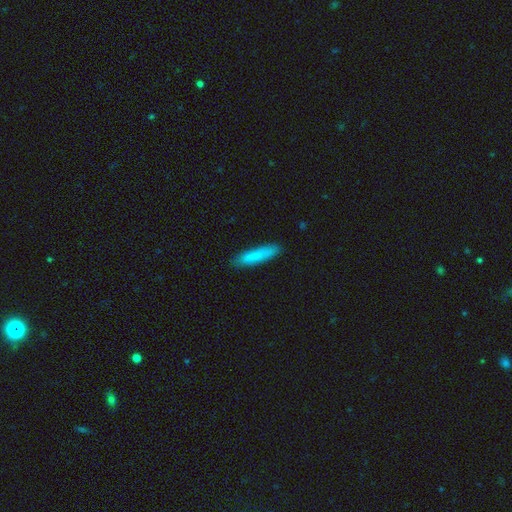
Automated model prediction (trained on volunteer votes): The model was most divided on "how rounded": cigar-shaped: 83%, in between: 16%, round: 1%. More confident: merging — none (85%); smooth or featured — smooth (84%).